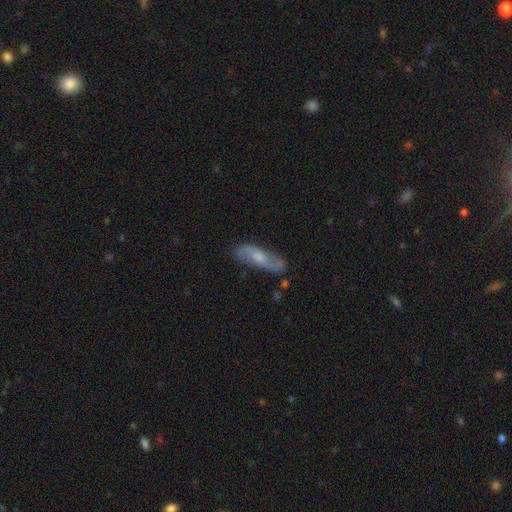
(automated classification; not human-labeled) Morphology: type=featured or disk (68%); edge-on=no (80%); bar=no (49%); spiral arms=yes (90%); bulge=moderate (52%); merging=none (80%).